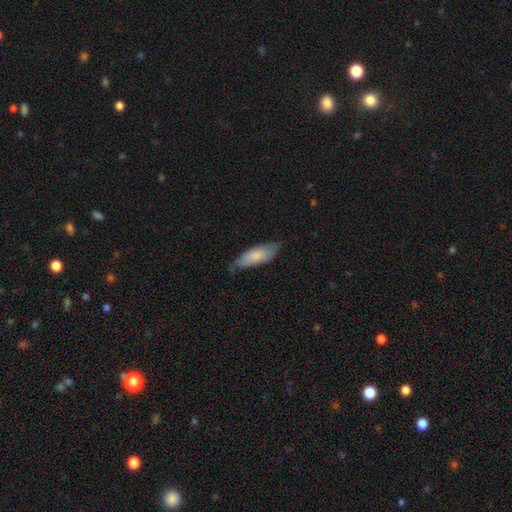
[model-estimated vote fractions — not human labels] A smooth galaxy with no disk features (79%) that is in between round and cigar-shaped (65%). Merging: none (66%).